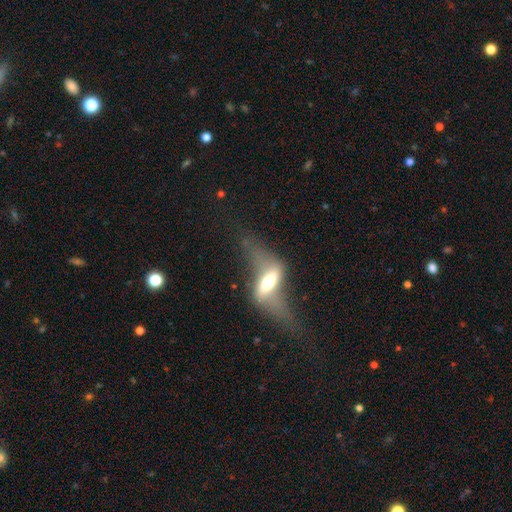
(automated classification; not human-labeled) smooth-or-featured: featured or disk: 74% | smooth: 17% | star or artifact: 9%
  disk-edge-on: no: 56% | yes: 44%
  merging: none: 42% | major disturbance: 32% | minor disturbance: 21% | merger: 6%